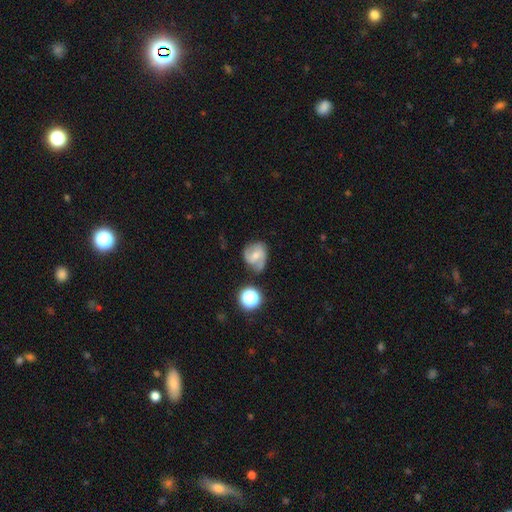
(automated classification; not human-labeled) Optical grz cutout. It shows a featured or disk galaxy (63%) with a weak bar (45%), 2 (74%) medium (49%) spiral arms (90%) and a moderate central bulge (48%). Merging: none (57%).